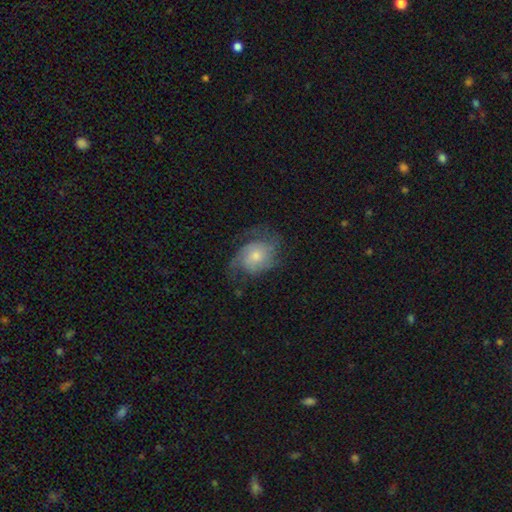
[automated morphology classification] Smooth or featured? featured or disk (60%)
Edge-on disk? no (97%)
Bar? no (77%)
Spiral arms? yes (85%)
Spiral winding? medium (42%)
Spiral arm count? 2 (39%)
Bulge size? small (47%)
Merging? none (52%)